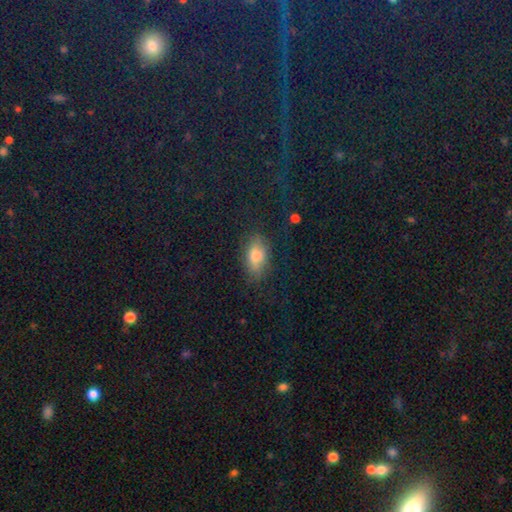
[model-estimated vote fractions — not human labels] A smooth galaxy with no disk features (72%) that is in between round and cigar-shaped (84%). Merging: none (80%).